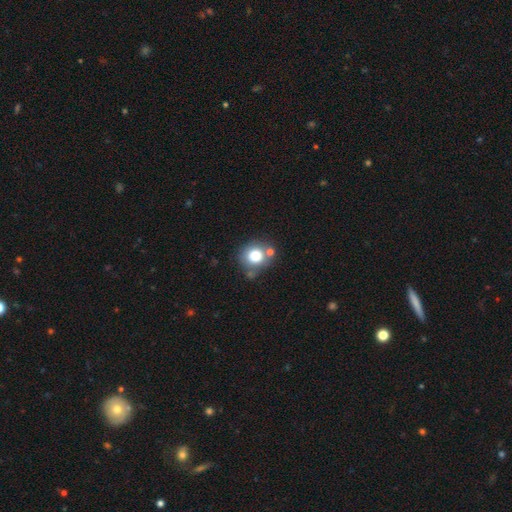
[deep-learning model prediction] The model was most divided on "merging": none: 64%, merger: 16%, minor disturbance: 15%, major disturbance: 6%. More confident: how rounded — round (83%); smooth or featured — smooth (77%).